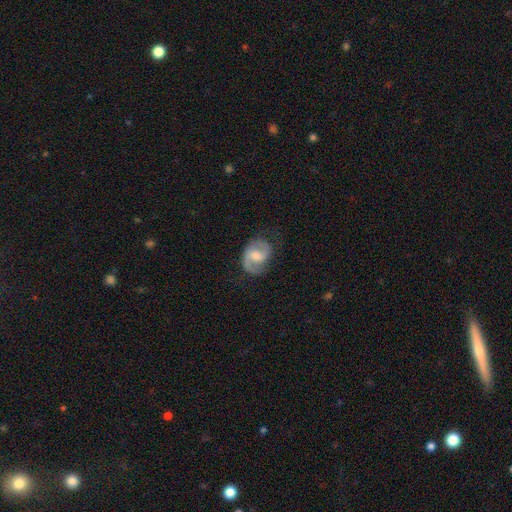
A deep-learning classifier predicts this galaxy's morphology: smooth-or-featured: featured or disk: 73% | smooth: 21% | star or artifact: 6%
  disk-edge-on: no: 97% | yes: 3%
    bar: weak: 51% | no: 36% | strong: 12%
    has-spiral-arms: yes: 92% | no: 8%
      spiral-winding: medium: 52% | loose: 25% | tight: 24%
      spiral-arm-count: 2: 78% | 1: 12% | can't tell: 7% | 3: 1% | 4: 1% | more than 4: 1%
    bulge-size: moderate: 52% | small: 30% | large: 9% | none: 8% | dominant: 1%
  merging: none: 65% | minor disturbance: 22% | major disturbance: 12% | merger: 1%